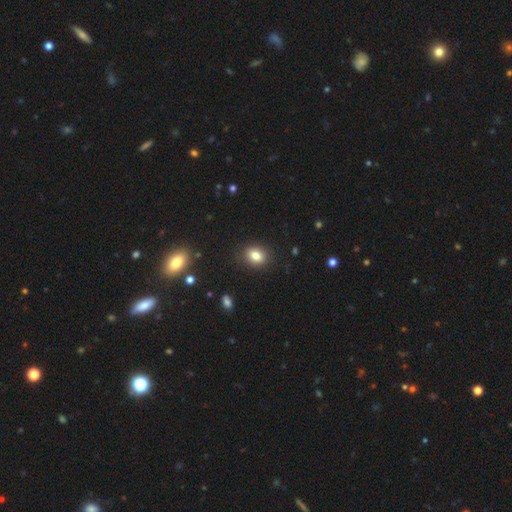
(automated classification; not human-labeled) Smooth or featured?
  - smooth: 82% *
  - star or artifact: 11%
  - featured or disk: 8%
How rounded?
  - in between: 53% *
  - round: 46%
  - cigar-shaped: 1%
Merging?
  - none: 87% *
  - minor disturbance: 9%
  - major disturbance: 3%
  - merger: 1%